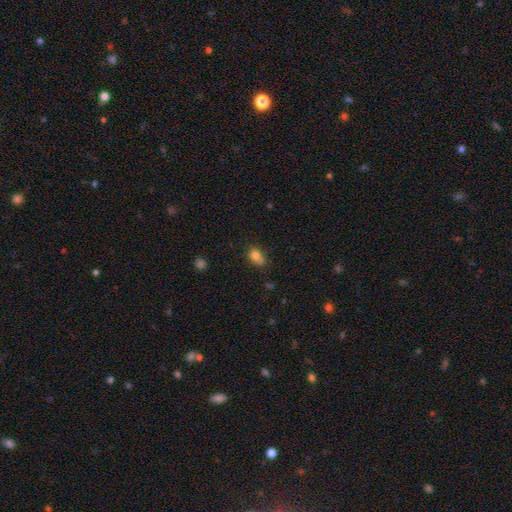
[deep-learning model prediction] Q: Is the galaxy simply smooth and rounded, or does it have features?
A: smooth — 81%.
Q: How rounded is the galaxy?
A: in between — 64%.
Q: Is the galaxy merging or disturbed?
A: none — 53%.